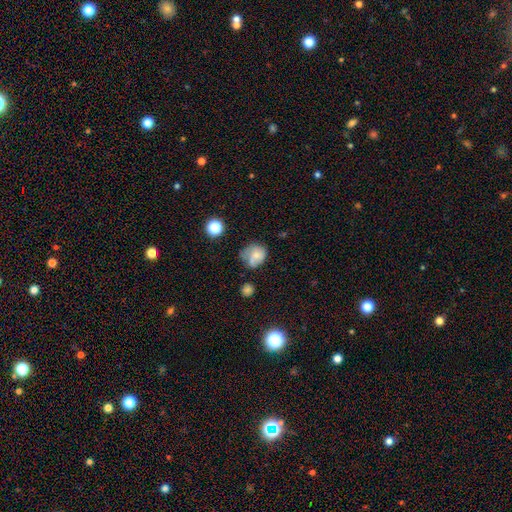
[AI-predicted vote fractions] A smooth galaxy with no disk features (67%) that is round (58%). Merging: none (38%).